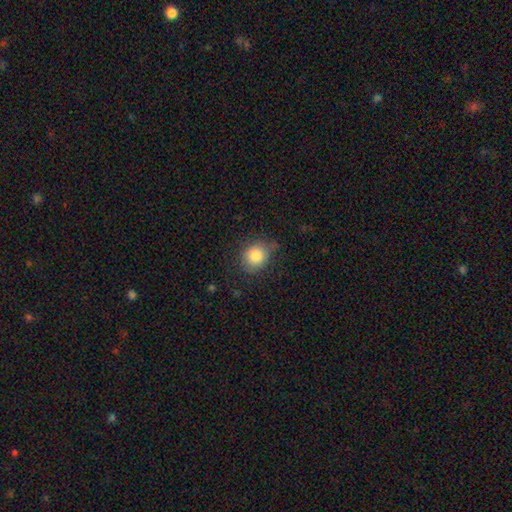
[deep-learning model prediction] smooth-or-featured: smooth: 84% | star or artifact: 9% | featured or disk: 7%
  how-rounded: round: 70% | in between: 29% | cigar-shaped: 1%
  merging: none: 67% | minor disturbance: 25% | major disturbance: 6% | merger: 2%